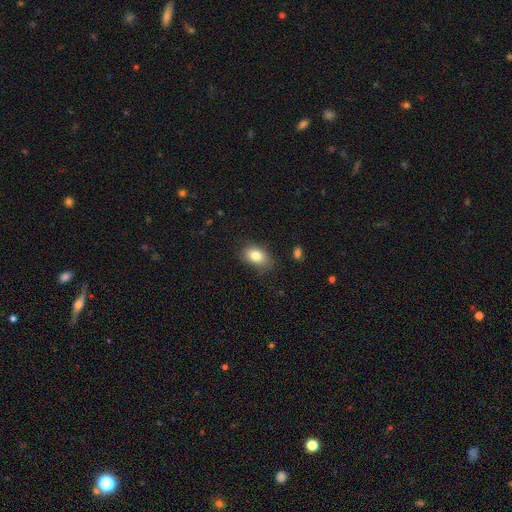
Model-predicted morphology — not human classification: Overall: smooth (81%). How rounded: in between (85%). Merging: none (75%).